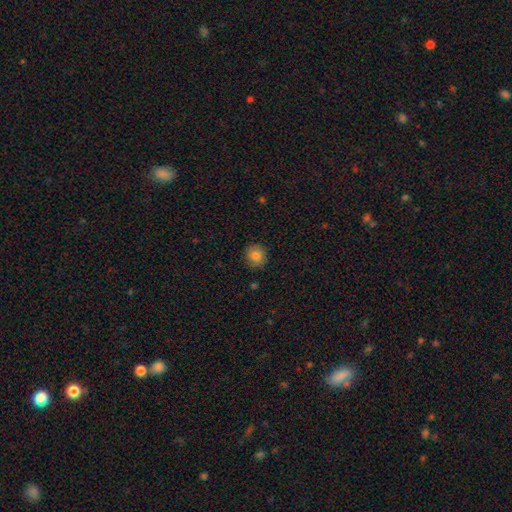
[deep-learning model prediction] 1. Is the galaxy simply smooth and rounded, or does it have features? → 83% smooth, 10% star or artifact, 8% featured or disk.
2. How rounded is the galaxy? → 86% round, 13% in between, 1% cigar-shaped.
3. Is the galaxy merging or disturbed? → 87% none, 10% minor disturbance, 2% major disturbance, 1% merger.